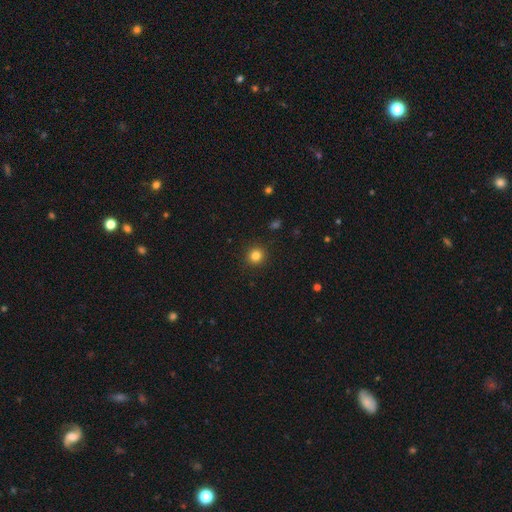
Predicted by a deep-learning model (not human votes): Morphology: type=smooth (83%); roundness=round (93%); merging=none (92%).